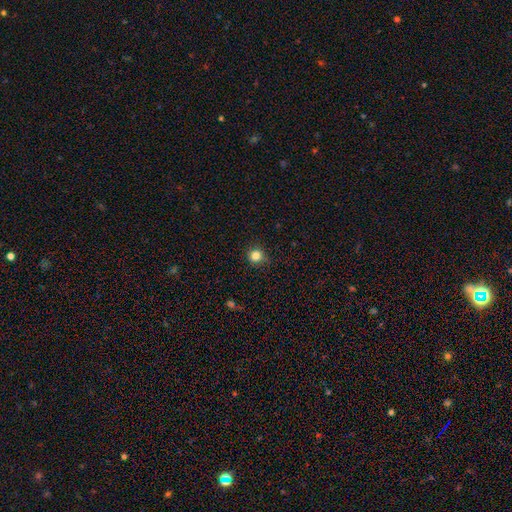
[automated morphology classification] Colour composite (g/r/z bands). It shows a smooth galaxy with no disk features (83%) that is round (93%). Merging: none (86%).